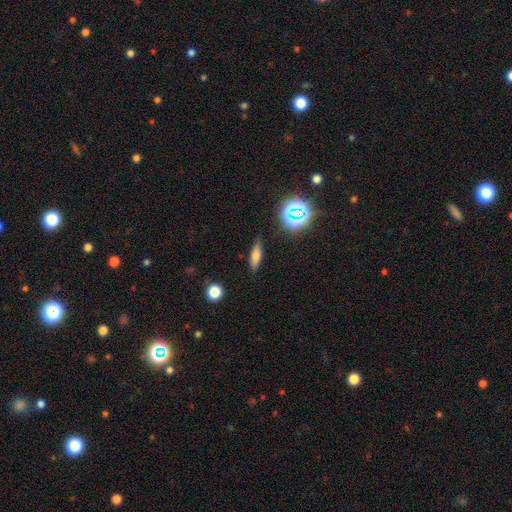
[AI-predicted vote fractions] This is likely a smooth galaxy (66%). How rounded: possibly cigar-shaped (59%). Merging: clearly none (85%).